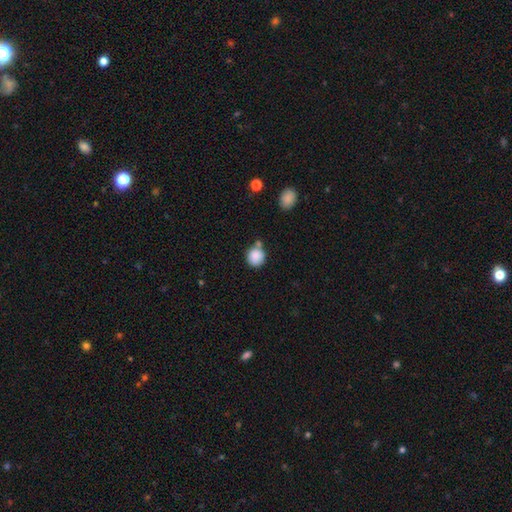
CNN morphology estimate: Smooth or featured? smooth (87%)
How rounded? round (88%)
Merging? none (62%)